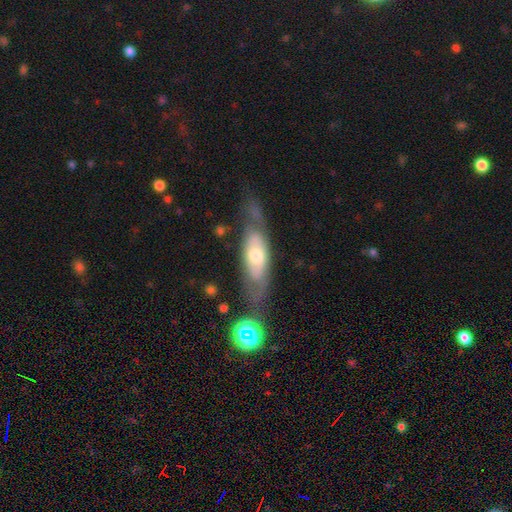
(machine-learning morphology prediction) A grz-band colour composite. It shows a featured or disk galaxy (58%). Merging: none (59%).